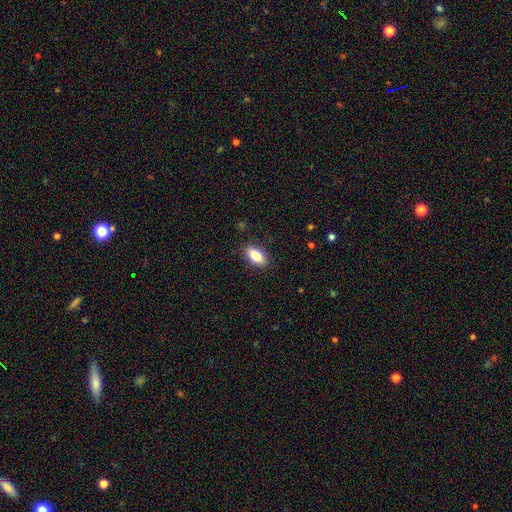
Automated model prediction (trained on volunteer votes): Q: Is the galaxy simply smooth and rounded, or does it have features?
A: smooth — 82%.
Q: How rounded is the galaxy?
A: in between — 87%.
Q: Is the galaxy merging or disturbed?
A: none — 87%.